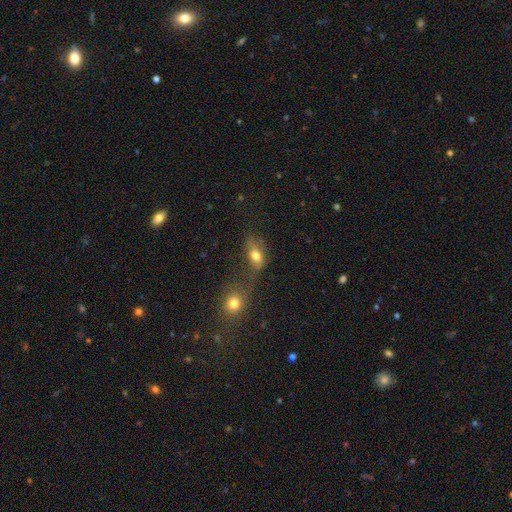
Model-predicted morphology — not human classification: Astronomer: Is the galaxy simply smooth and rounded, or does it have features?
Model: smooth — 71%.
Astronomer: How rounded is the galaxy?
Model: in between — 77%.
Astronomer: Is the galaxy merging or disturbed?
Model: merger — 43% (runner-up: none, 32%).